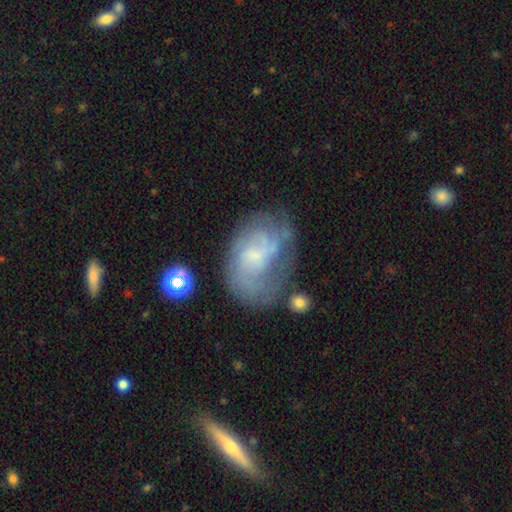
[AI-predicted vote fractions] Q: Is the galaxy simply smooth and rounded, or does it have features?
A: featured or disk — 64%.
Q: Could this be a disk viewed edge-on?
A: no — 97%.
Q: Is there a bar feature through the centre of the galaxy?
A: no — 62%.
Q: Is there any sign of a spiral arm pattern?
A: yes — 74%.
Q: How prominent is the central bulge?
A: small — 55%.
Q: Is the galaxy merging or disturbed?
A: none — 47%.